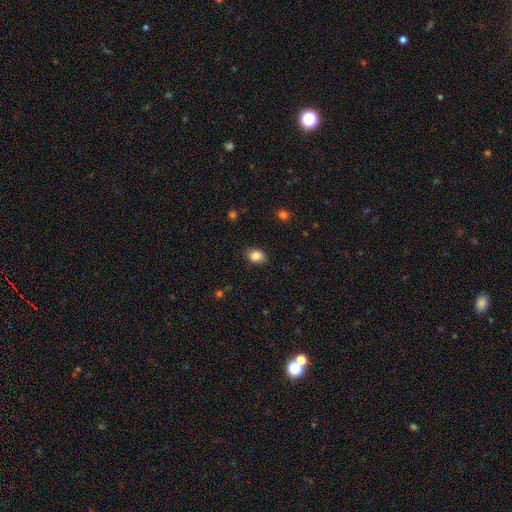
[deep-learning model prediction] This is clearly a smooth galaxy (86%). How rounded: likely in between (69%). Merging: clearly none (80%).